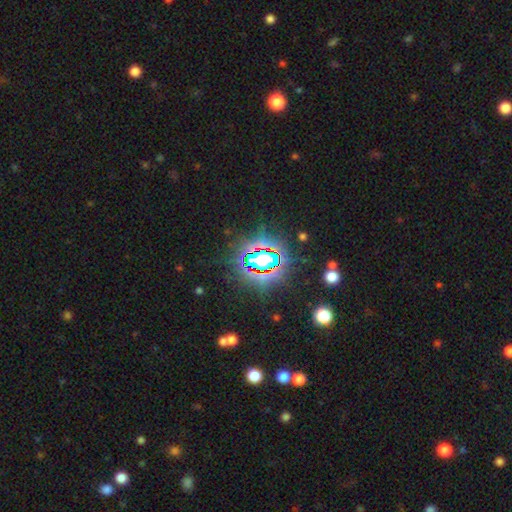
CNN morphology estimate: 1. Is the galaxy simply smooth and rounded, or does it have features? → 77% star or artifact, 13% smooth, 10% featured or disk.